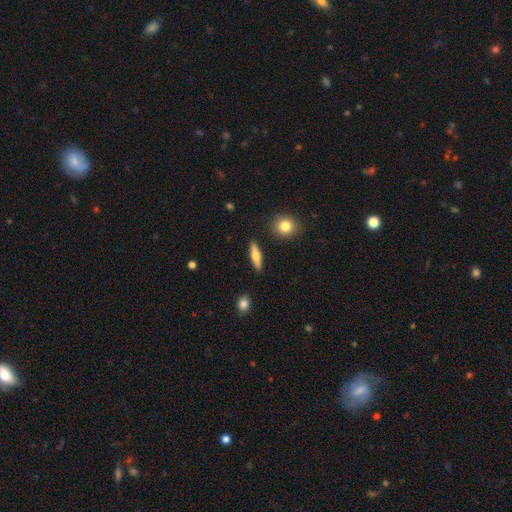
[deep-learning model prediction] smooth-or-featured: smooth: 57% | featured or disk: 37% | star or artifact: 6%
  how-rounded: cigar-shaped: 62% | in between: 34% | round: 4%
  merging: none: 89% | minor disturbance: 7% | major disturbance: 2% | merger: 2%